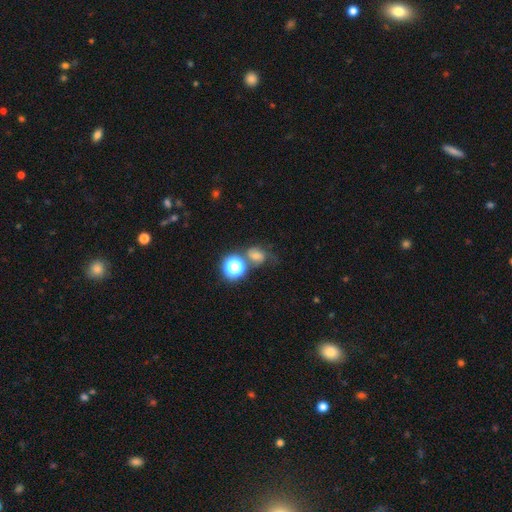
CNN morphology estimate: Q: Smooth or featured?
A: smooth (44%); runner-up: star or artifact (32%)
Q: Merging?
A: none (46%); runner-up: minor disturbance (19%)